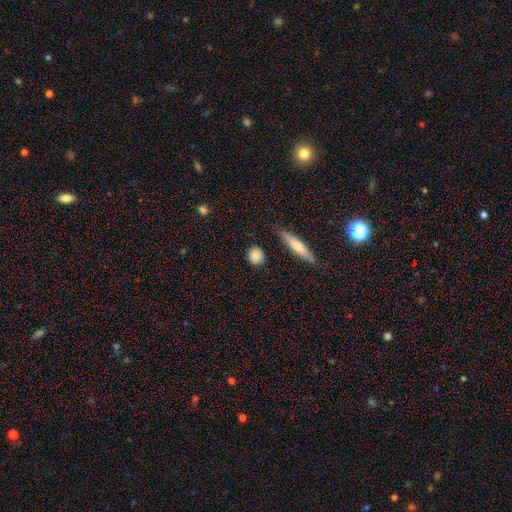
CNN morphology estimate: Q: Smooth or featured?
A: smooth (81%); runner-up: featured or disk (11%)
Q: How rounded?
A: round (76%); runner-up: in between (19%)
Q: Merging?
A: none (86%); runner-up: minor disturbance (9%)